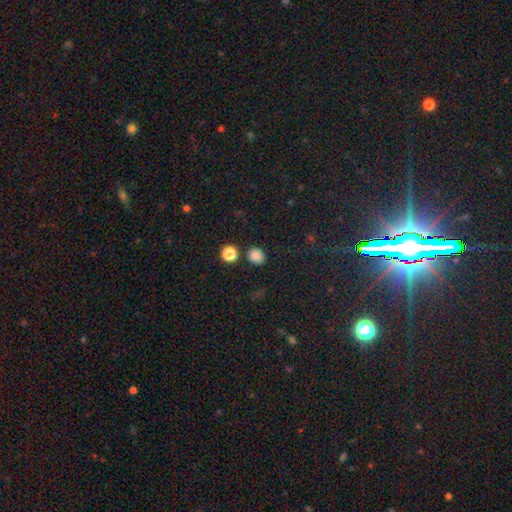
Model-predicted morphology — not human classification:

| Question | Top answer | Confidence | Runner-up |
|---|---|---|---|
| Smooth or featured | smooth | 84% | star or artifact (13%) |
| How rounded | round | 71% | in between (28%) |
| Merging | none | 83% | minor disturbance (9%) |